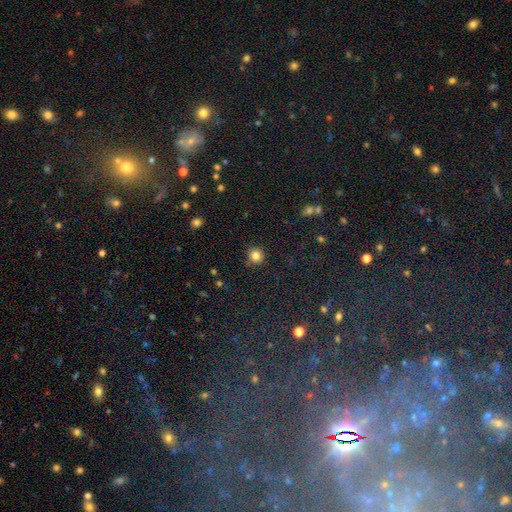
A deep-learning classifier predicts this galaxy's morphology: A smooth galaxy with no disk features (81%) that is round (88%). Merging: none (85%).